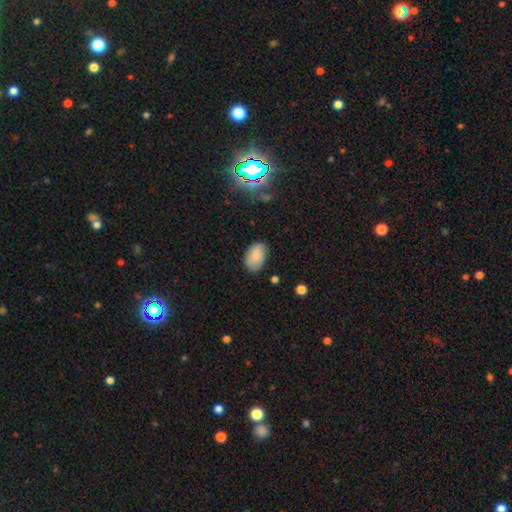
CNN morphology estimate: type=smooth (83%); roundness=in between (90%); merging=none (77%).